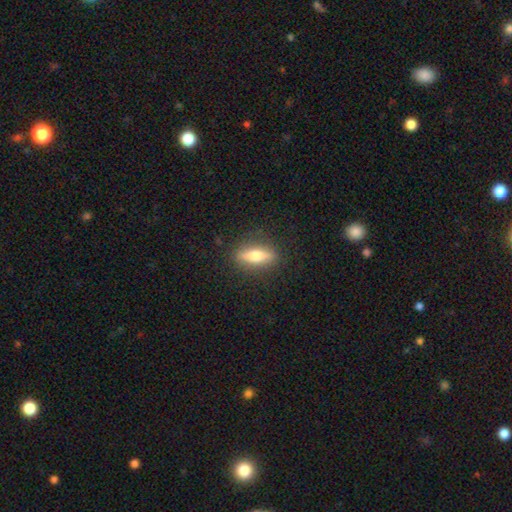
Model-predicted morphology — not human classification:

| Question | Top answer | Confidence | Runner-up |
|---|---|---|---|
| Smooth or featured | smooth | 56% | featured or disk (38%) |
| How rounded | cigar-shaped | 53% | in between (43%) |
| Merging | none | 87% | minor disturbance (10%) |